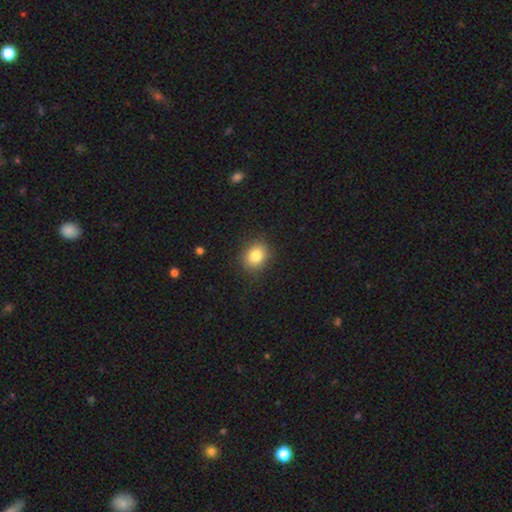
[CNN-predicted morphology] Smooth or featured?
  - smooth: 83% *
  - star or artifact: 10%
  - featured or disk: 7%
How rounded?
  - round: 61% *
  - in between: 38%
  - cigar-shaped: 1%
Merging?
  - none: 87% *
  - minor disturbance: 10%
  - major disturbance: 3%
  - merger: 1%